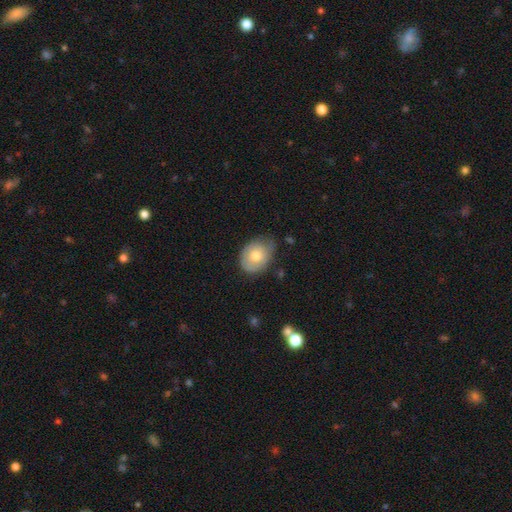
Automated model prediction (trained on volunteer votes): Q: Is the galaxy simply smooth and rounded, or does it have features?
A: smooth — 70%.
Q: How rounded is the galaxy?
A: in between — 59%.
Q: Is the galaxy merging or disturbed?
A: none — 57%.